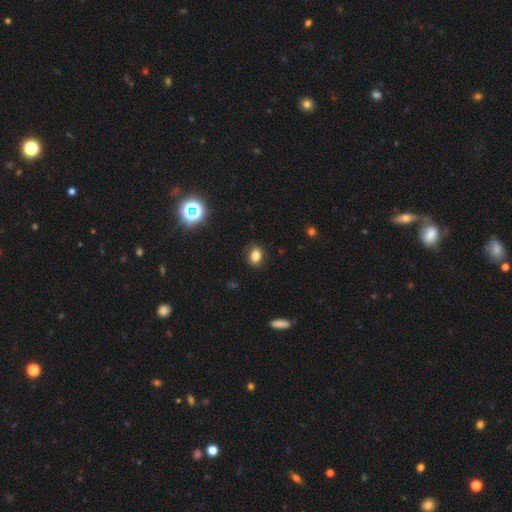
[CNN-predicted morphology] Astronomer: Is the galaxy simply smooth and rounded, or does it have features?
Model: smooth — 80%.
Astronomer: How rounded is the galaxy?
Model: in between — 69%.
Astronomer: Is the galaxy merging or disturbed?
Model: none — 85%.